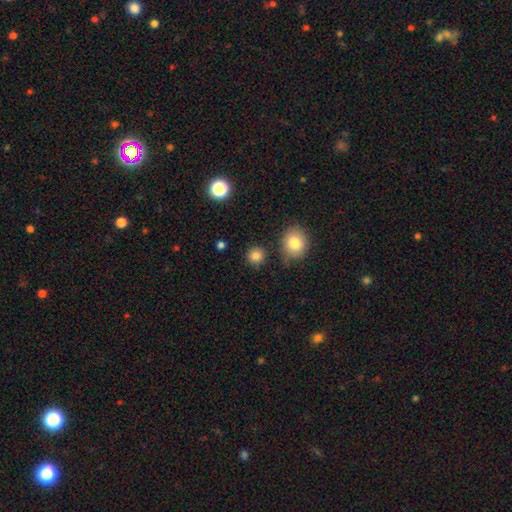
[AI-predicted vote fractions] smooth_or_featured: smooth (p=0.84) [alt: star or artifact p=0.11]
how_rounded: round (p=0.90) [alt: in between p=0.09]
merging: none (p=0.84) [alt: minor disturbance p=0.09]